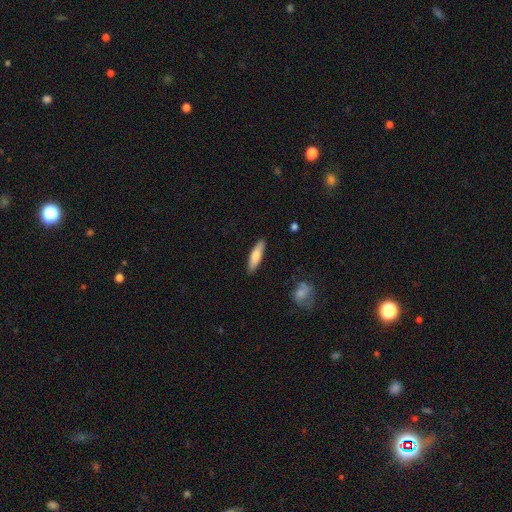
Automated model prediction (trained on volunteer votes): A smooth galaxy with no disk features (73%) that is cigar-shaped (70%).

Vote fractions:
- Smooth or featured? smooth: 73% / featured or disk: 22% / star or artifact: 6%
- How rounded? cigar-shaped: 70% / in between: 28% / round: 2%
- Merging? none: 88% / minor disturbance: 9% / major disturbance: 2% / merger: 1%